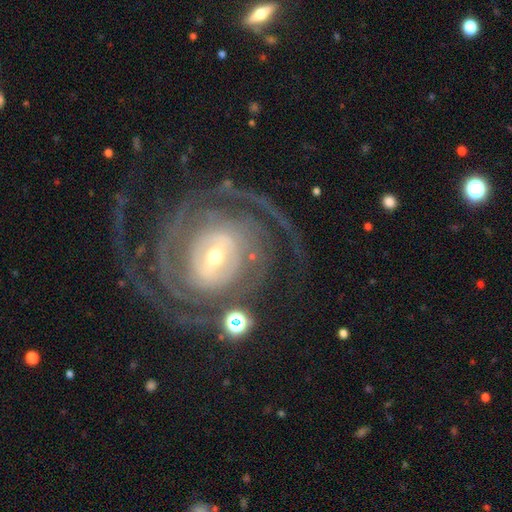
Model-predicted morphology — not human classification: smooth-or-featured: featured or disk: 89% | star or artifact: 6% | smooth: 5%
  disk-edge-on: no: 97% | yes: 3%
    bar: weak: 37% | strong: 32% | no: 31%
    has-spiral-arms: yes: 96% | no: 4%
      spiral-winding: tight: 68% | medium: 26% | loose: 7%
      spiral-arm-count: 2: 30% | can't tell: 22% | 3: 19% | 4: 13% | more than 4: 8% | 1: 7%
    bulge-size: small: 58% | moderate: 34% | large: 6% | dominant: 1% | none: 1%
  merging: none: 69% | major disturbance: 15% | minor disturbance: 14% | merger: 3%